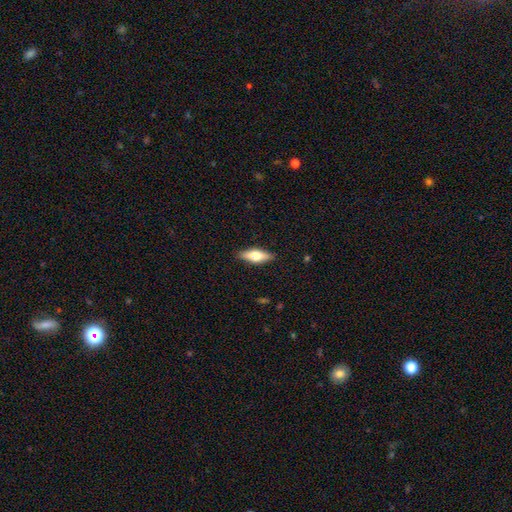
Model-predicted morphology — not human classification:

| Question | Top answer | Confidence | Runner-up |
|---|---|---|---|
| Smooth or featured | smooth | 51% | featured or disk (42%) |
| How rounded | in between | 64% | cigar-shaped (33%) |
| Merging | none | 88% | minor disturbance (9%) |